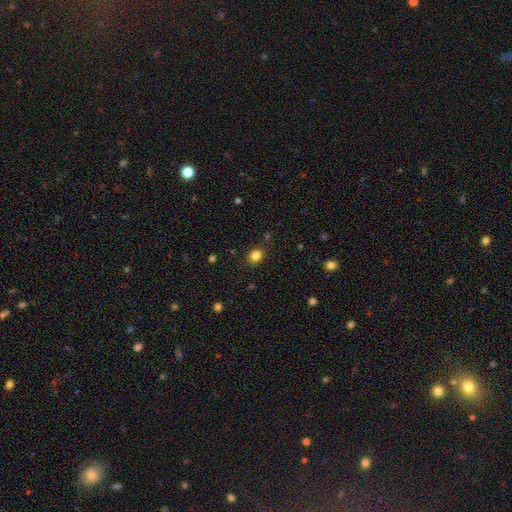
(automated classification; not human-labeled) Morphology: type=smooth (84%); roundness=round (51%); merging=none (87%).